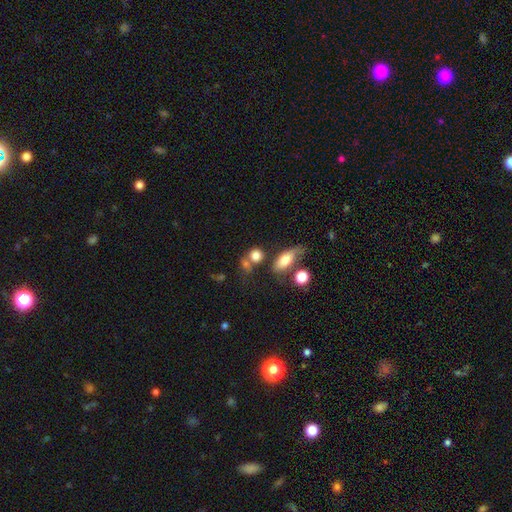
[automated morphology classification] Smooth or featured: smooth — 79% (star or artifact — 11%)
How rounded: round — 63% (in between — 33%)
Merging: none — 51% (merger — 27%)